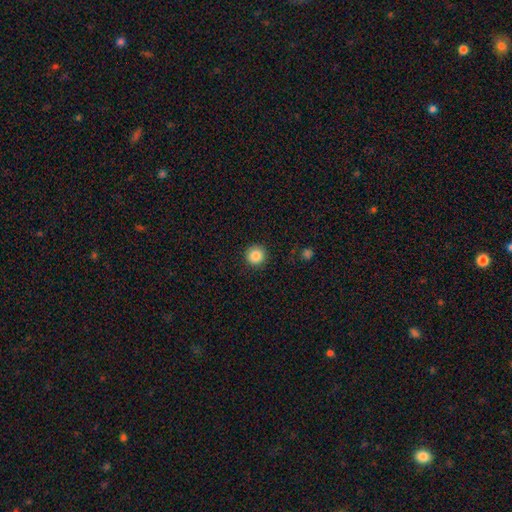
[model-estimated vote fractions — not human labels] This is clearly a smooth galaxy (86%). How rounded: clearly round (95%). Merging: clearly none (91%).